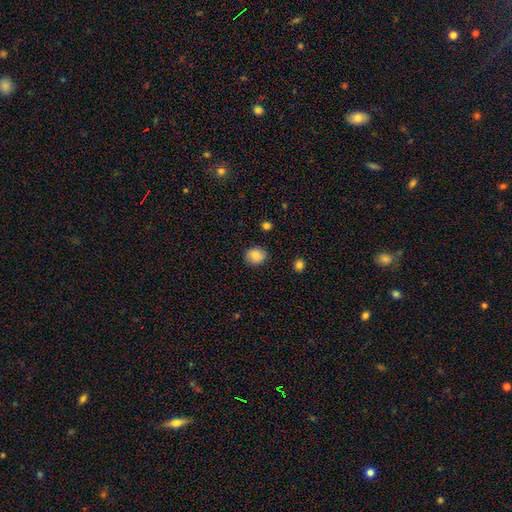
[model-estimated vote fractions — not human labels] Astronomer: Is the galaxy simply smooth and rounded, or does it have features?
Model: smooth — 86%.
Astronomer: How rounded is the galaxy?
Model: round — 75%.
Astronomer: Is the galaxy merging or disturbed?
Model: none — 88%.